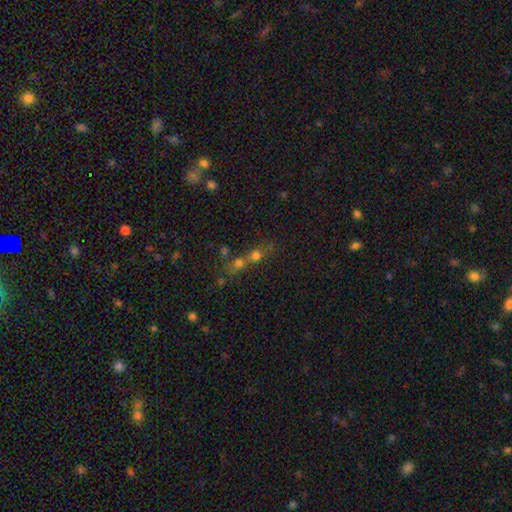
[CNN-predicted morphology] Overall: smooth (61%; star or artifact 21%). How rounded: round (72%). Merging: merger (61%; none 29%).